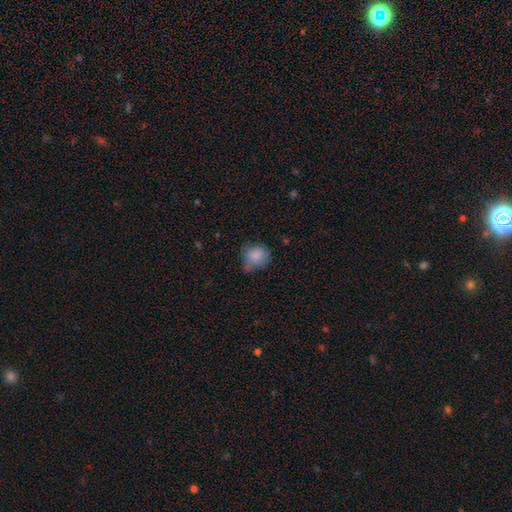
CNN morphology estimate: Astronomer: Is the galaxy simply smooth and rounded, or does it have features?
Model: smooth — 84%.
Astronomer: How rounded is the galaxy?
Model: round — 73%.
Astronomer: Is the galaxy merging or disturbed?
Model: none — 53% (runner-up: minor disturbance, 33%).